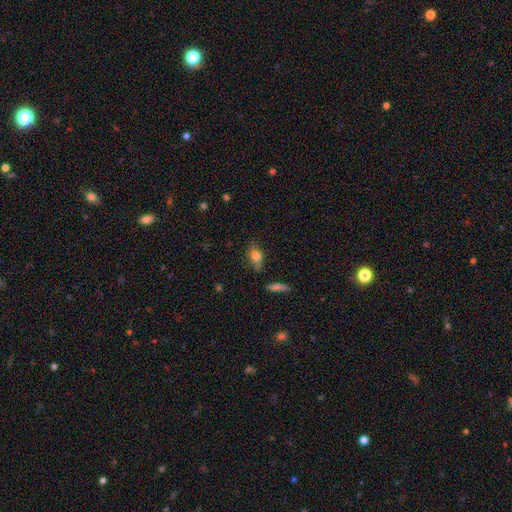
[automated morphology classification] Smooth or featured? Predicted: smooth (p=0.79). How rounded? Predicted: in between (p=0.76). Merging? Predicted: none (p=0.63).